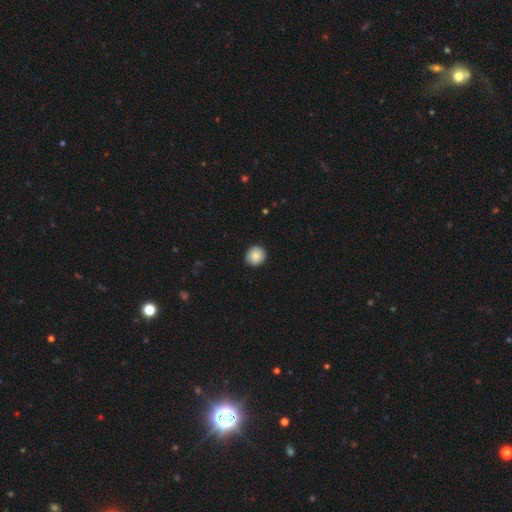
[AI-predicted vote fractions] smooth-or-featured: smooth: 86% | star or artifact: 8% | featured or disk: 6%
  how-rounded: round: 90% | in between: 9% | cigar-shaped: 1%
  merging: none: 89% | minor disturbance: 8% | major disturbance: 2% | merger: 1%